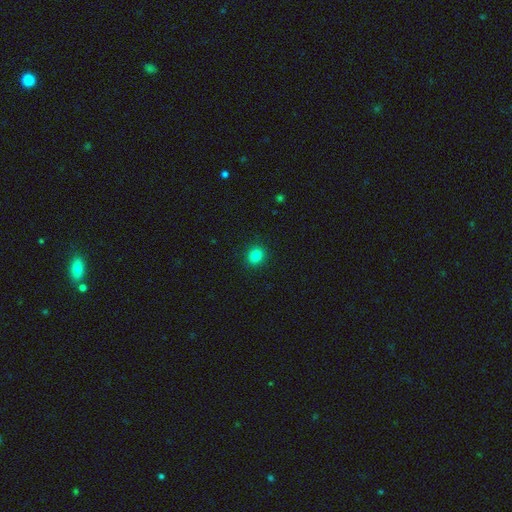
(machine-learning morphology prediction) smooth-or-featured: smooth: 84% | star or artifact: 12% | featured or disk: 4%
  how-rounded: round: 75% | in between: 24% | cigar-shaped: 1%
  merging: none: 91% | minor disturbance: 6% | major disturbance: 2% | merger: 1%